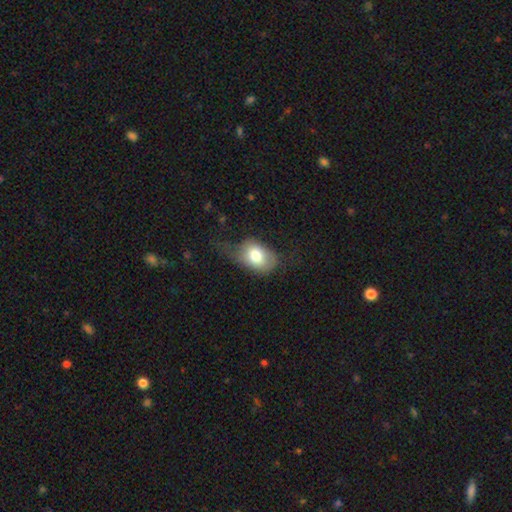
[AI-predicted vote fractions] A smooth galaxy with no disk features (74%) that is in between round and cigar-shaped (75%). Merging: none (35%, tied with minor disturbance).